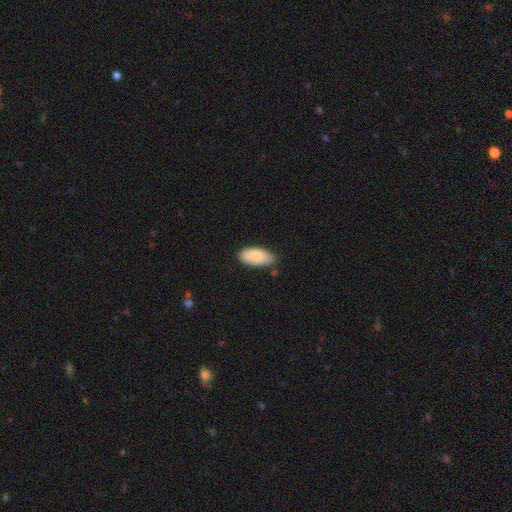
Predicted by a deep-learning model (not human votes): Q: Smooth or featured?
A: smooth (81%); runner-up: featured or disk (13%)
Q: How rounded?
A: in between (90%); runner-up: cigar-shaped (8%)
Q: Merging?
A: none (66%); runner-up: minor disturbance (27%)